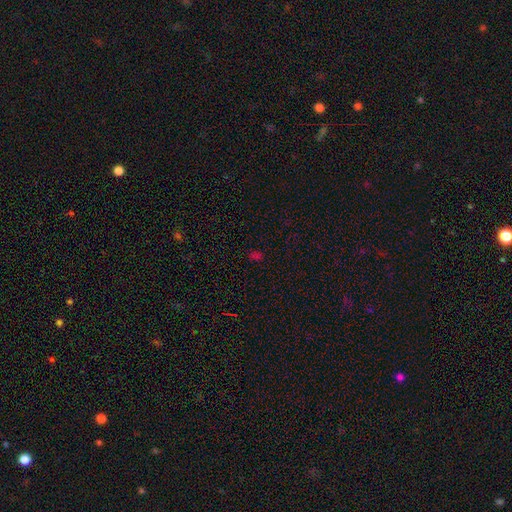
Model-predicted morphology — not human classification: smooth-or-featured: smooth: 49% | star or artifact: 44% | featured or disk: 6%
  merging: none: 78% | minor disturbance: 13% | major disturbance: 5% | merger: 4%